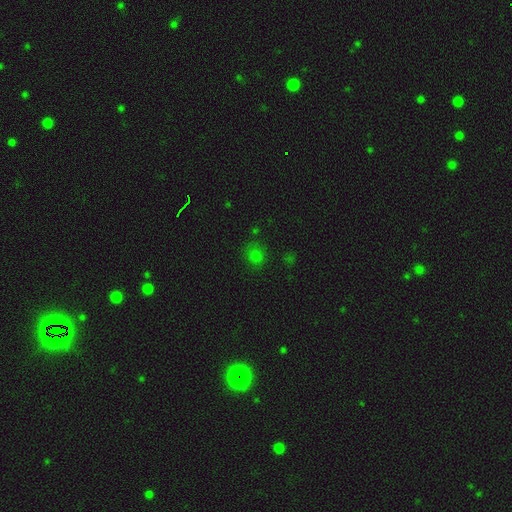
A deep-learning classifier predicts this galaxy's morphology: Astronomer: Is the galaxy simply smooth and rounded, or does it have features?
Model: smooth — 74%.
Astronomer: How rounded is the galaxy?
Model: round — 77%.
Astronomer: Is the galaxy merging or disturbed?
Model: none — 79%.